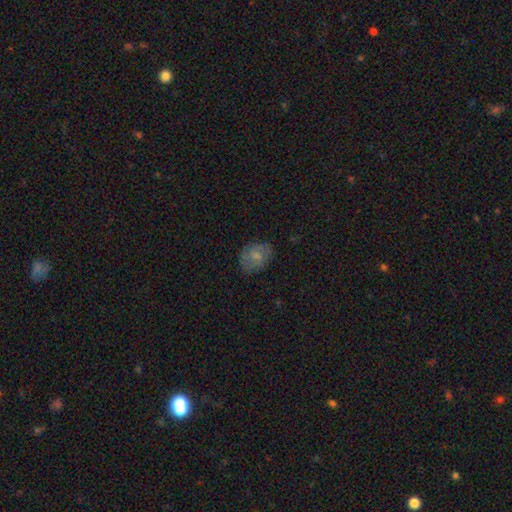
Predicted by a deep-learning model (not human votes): Overall: smooth (67%). How rounded: in between (62%; round 37%). Merging: none (73%).